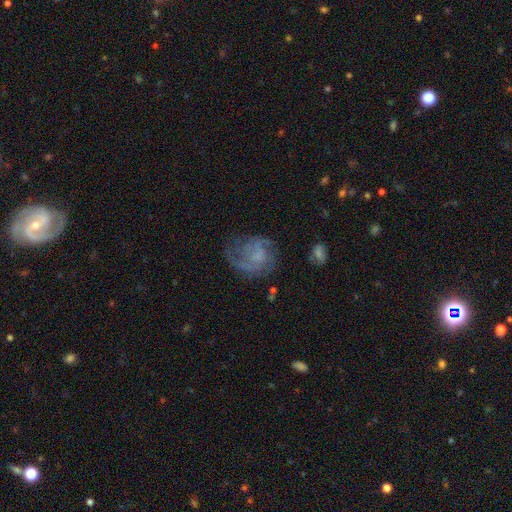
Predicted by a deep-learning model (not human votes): Smooth or featured? featured or disk (65%)
Edge-on disk? no (98%)
Bar? no (67%)
Spiral arms? yes (79%)
Spiral winding? medium (42%)
Spiral arm count? 2 (31%)
Bulge size? none (49%)
Merging? none (49%)